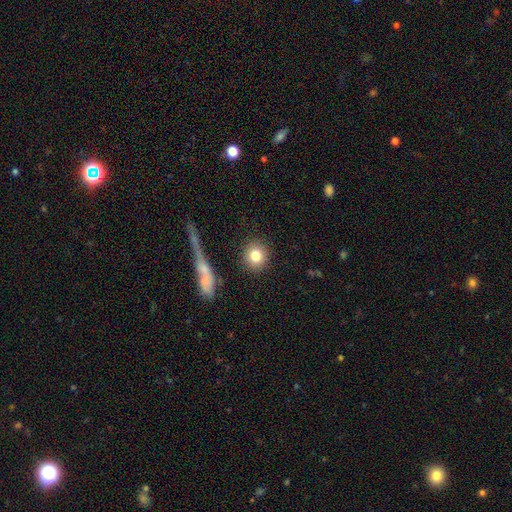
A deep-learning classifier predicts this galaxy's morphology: Smooth or featured?
  - smooth: 82% *
  - featured or disk: 9%
  - star or artifact: 9%
How rounded?
  - round: 87% *
  - in between: 11%
  - cigar-shaped: 2%
Merging?
  - none: 88% *
  - minor disturbance: 7%
  - merger: 3%
  - major disturbance: 3%